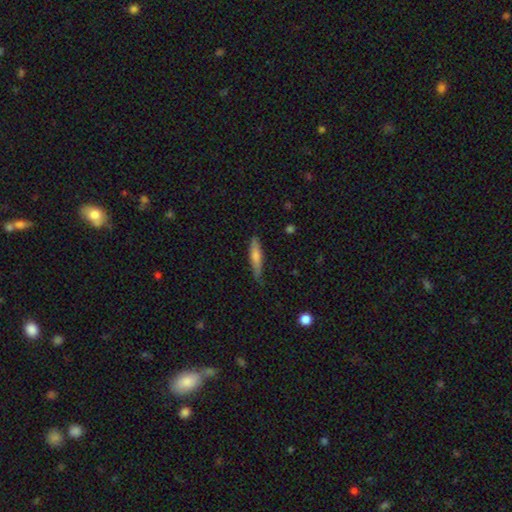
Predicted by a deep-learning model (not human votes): Morphology: type=smooth (61%); roundness=cigar-shaped (84%); merging=none (78%).